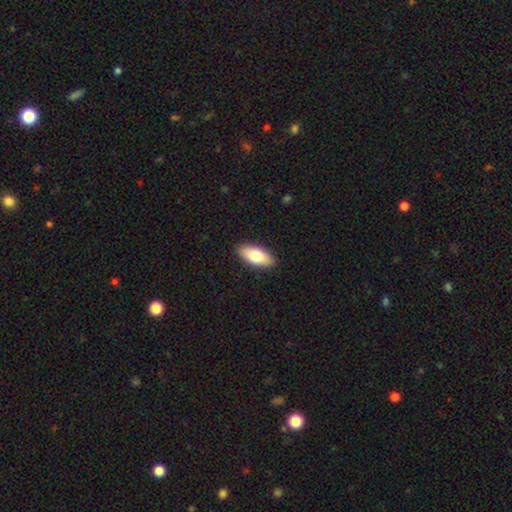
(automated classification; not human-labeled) Smooth or featured?
  - smooth: 76% *
  - featured or disk: 18%
  - star or artifact: 6%
How rounded?
  - in between: 86% *
  - cigar-shaped: 11%
  - round: 3%
Merging?
  - none: 90% *
  - minor disturbance: 7%
  - major disturbance: 2%
  - merger: 1%